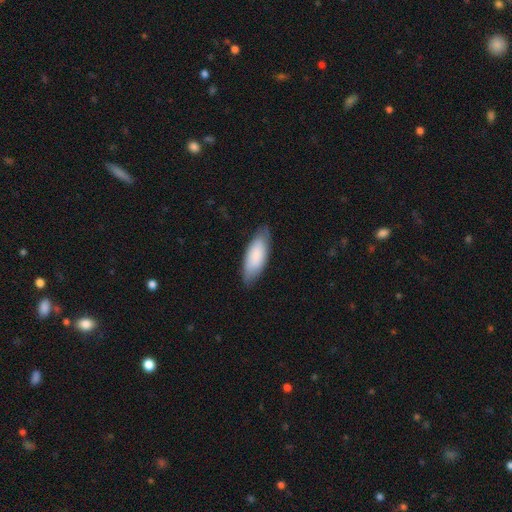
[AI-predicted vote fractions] Smooth or featured: smooth — 80% (featured or disk — 15%)
How rounded: in between — 77% (cigar-shaped — 22%)
Merging: none — 76% (minor disturbance — 19%)